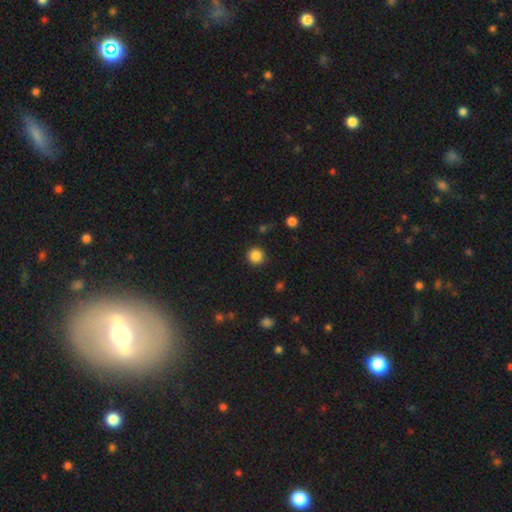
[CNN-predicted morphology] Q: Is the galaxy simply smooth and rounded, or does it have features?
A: smooth — 86%.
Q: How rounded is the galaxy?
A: round — 94%.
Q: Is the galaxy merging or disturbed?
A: none — 91%.